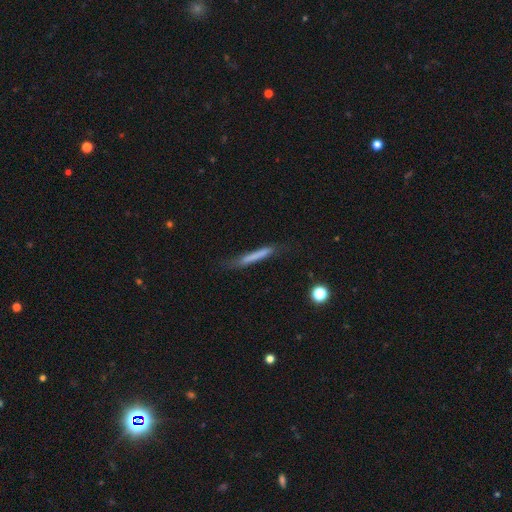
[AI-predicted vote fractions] Morphology: type=smooth (68%); roundness=cigar-shaped (95%); merging=none (70%).